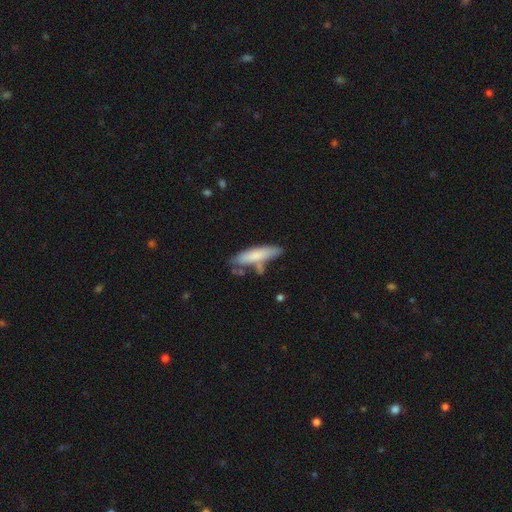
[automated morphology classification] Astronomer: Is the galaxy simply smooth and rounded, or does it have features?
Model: smooth — 76%.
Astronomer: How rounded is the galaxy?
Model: cigar-shaped — 69%.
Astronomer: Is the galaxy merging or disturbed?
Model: none — 60%.